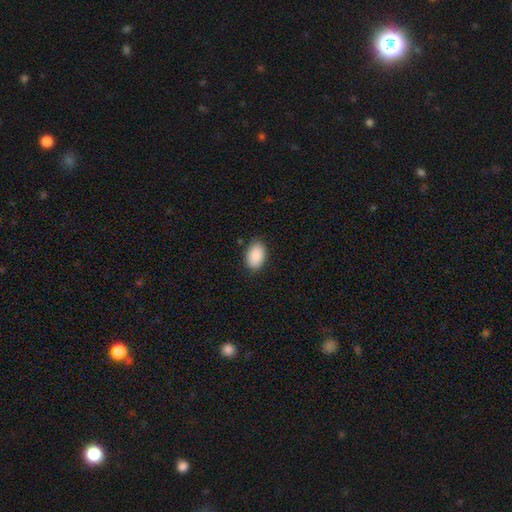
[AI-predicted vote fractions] Q: Smooth or featured?
A: smooth (90%); runner-up: star or artifact (7%)
Q: How rounded?
A: in between (90%); runner-up: round (9%)
Q: Merging?
A: none (86%); runner-up: minor disturbance (11%)